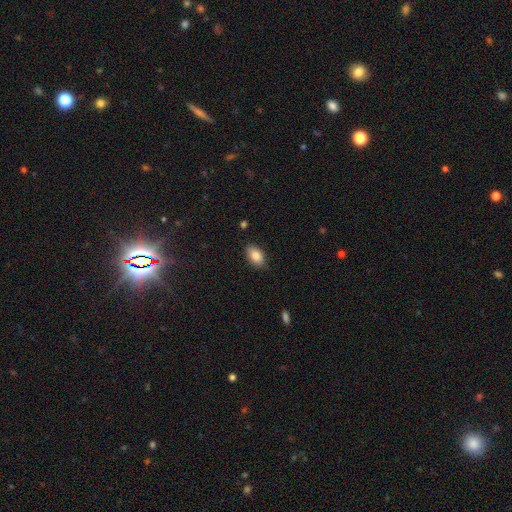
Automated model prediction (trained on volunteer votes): This appears to be a smooth galaxy with no disk features (84%) that is in between round and cigar-shaped (91%). Merging: none (85%).